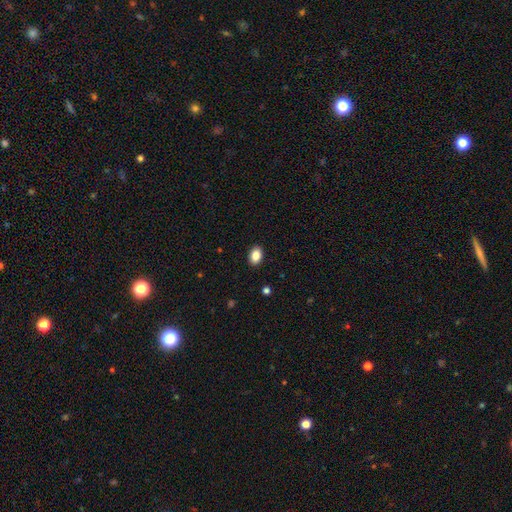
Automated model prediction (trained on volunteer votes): smooth 87%, star or artifact 8%, featured or disk 4%. Down the decision tree: how rounded — in between (85%); merging — none (90%).